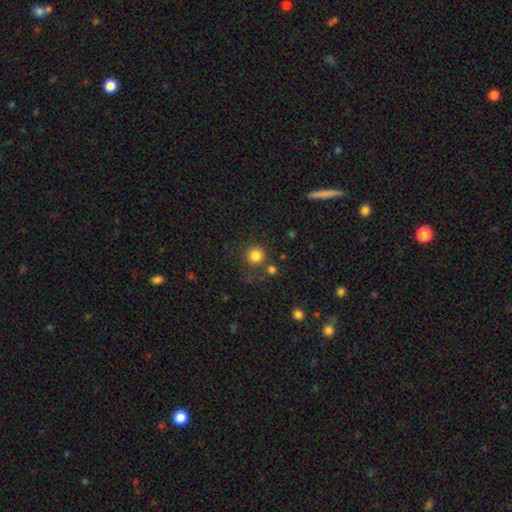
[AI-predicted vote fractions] Smooth or featured? smooth (82%)
How rounded? round (93%)
Merging? none (77%)